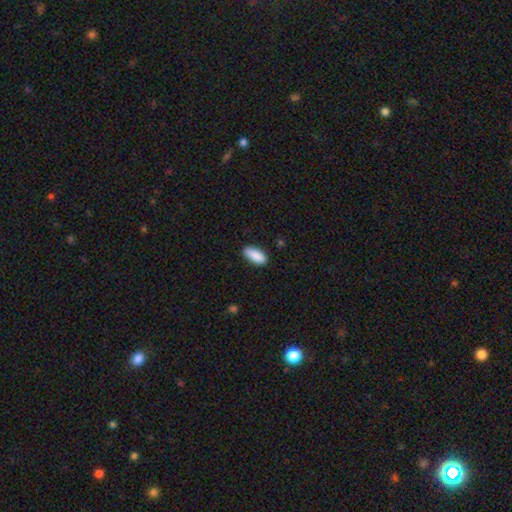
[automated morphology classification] A smooth galaxy with no disk features (90%) that is in between round and cigar-shaped (88%). Merging: none (86%).